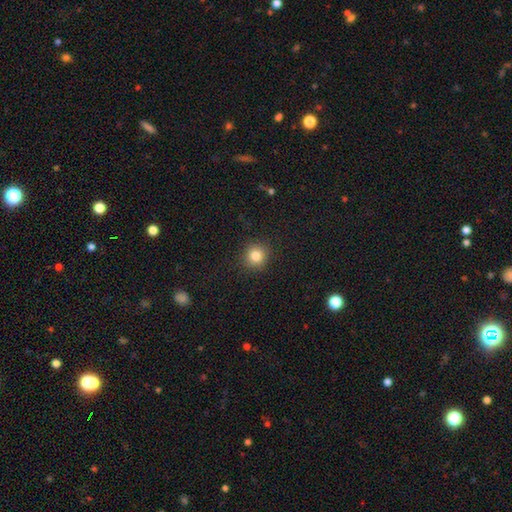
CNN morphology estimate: This is clearly a smooth galaxy (83%). How rounded: clearly round (92%). Merging: clearly none (91%).